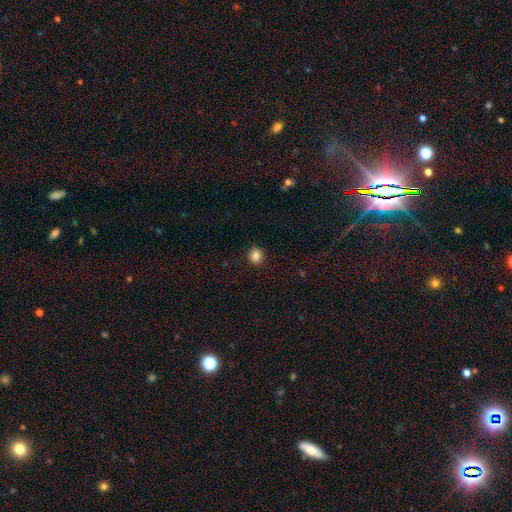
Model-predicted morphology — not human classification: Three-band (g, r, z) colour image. It shows a smooth galaxy with no disk features (85%) that is round (82%). Merging: none (89%).